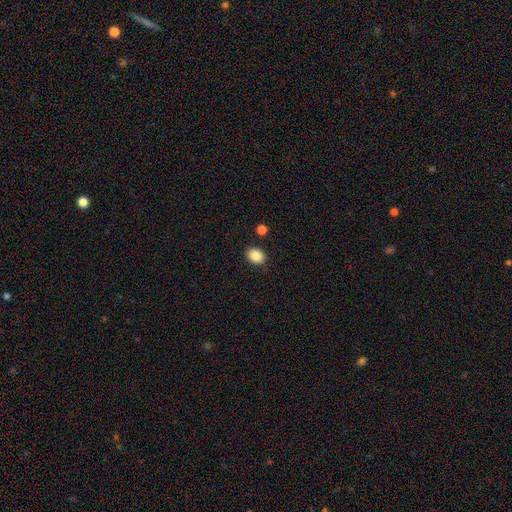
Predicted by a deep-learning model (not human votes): Smooth or featured?
  - smooth: 86% *
  - star or artifact: 9%
  - featured or disk: 6%
How rounded?
  - in between: 60% *
  - round: 39%
  - cigar-shaped: 1%
Merging?
  - none: 85% *
  - minor disturbance: 10%
  - merger: 3%
  - major disturbance: 2%